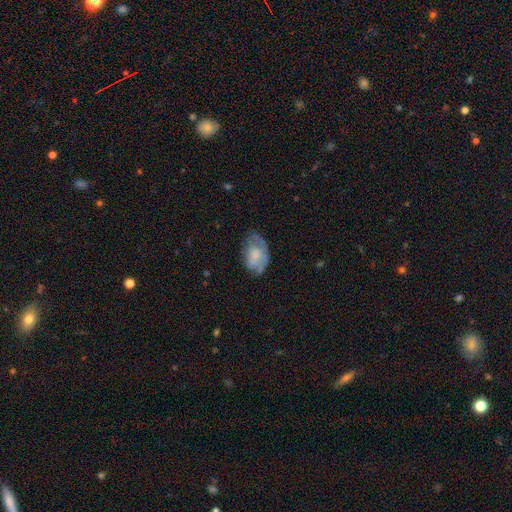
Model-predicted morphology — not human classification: Smooth or featured? Predicted: smooth (p=0.57). How rounded? Predicted: in between (p=0.89). Merging? Predicted: none (p=0.52).